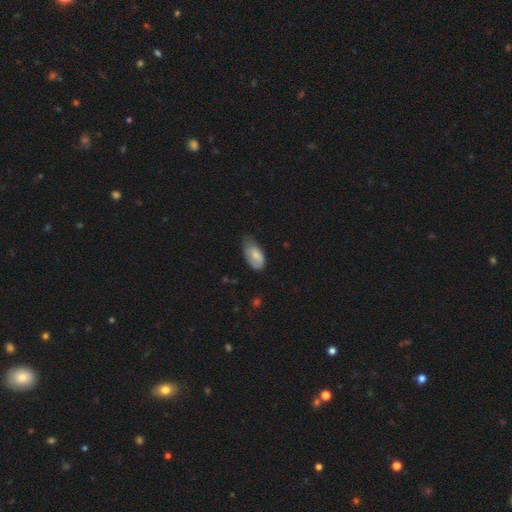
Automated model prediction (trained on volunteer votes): Q: Smooth or featured?
A: smooth (73%); runner-up: featured or disk (21%)
Q: How rounded?
A: in between (93%); runner-up: cigar-shaped (4%)
Q: Merging?
A: minor disturbance (46%); runner-up: none (36%)